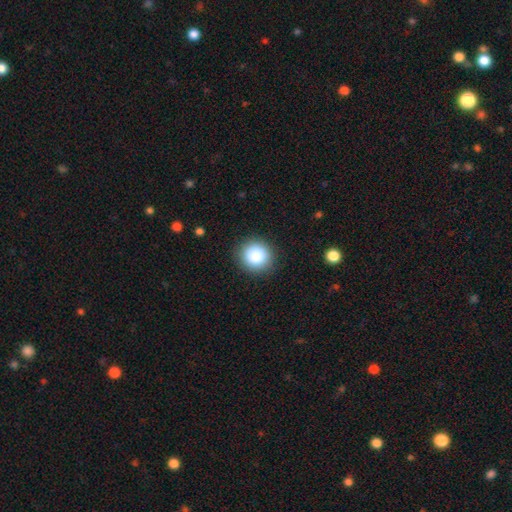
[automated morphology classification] A smooth galaxy with no disk features (87%) that is round (91%).

Vote fractions:
- Smooth or featured? smooth: 87% / star or artifact: 9% / featured or disk: 4%
- How rounded? round: 91% / in between: 8% / cigar-shaped: 1%
- Merging? none: 91% / minor disturbance: 6% / major disturbance: 2% / merger: 1%